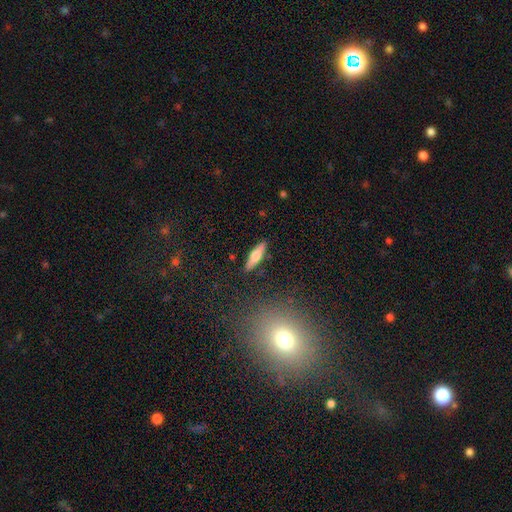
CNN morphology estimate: This appears to be a smooth galaxy with no disk features (62%) that is cigar-shaped (63%). Merging: none (88%).